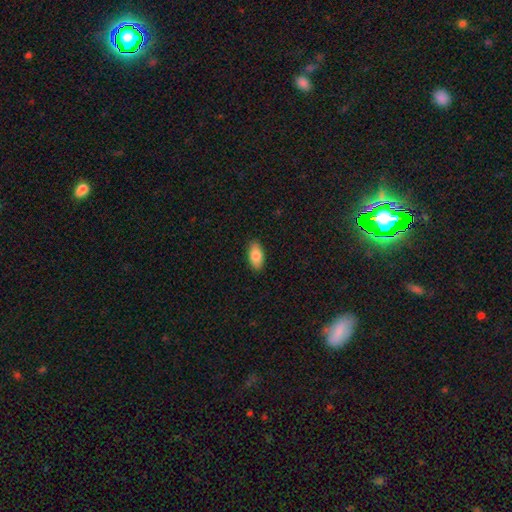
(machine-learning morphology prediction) Smooth or featured?
  - smooth: 85% *
  - featured or disk: 8%
  - star or artifact: 6%
How rounded?
  - in between: 91% *
  - cigar-shaped: 7%
  - round: 2%
Merging?
  - none: 88% *
  - minor disturbance: 9%
  - major disturbance: 2%
  - merger: 1%